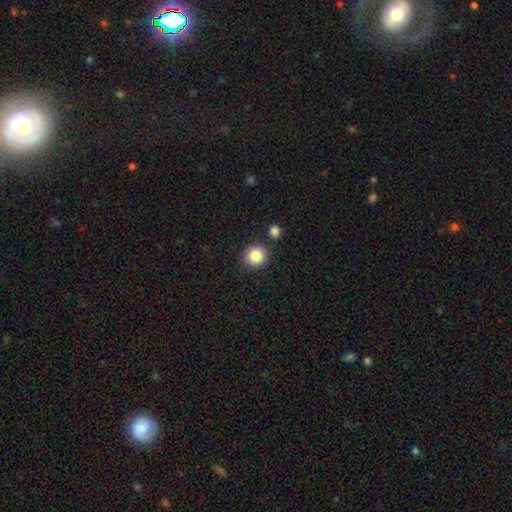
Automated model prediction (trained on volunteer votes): A smooth galaxy with no disk features (86%) that is round (91%).

Vote fractions:
- Smooth or featured? smooth: 86% / star or artifact: 9% / featured or disk: 4%
- How rounded? round: 91% / in between: 8% / cigar-shaped: 1%
- Merging? none: 86% / minor disturbance: 7% / merger: 5% / major disturbance: 2%